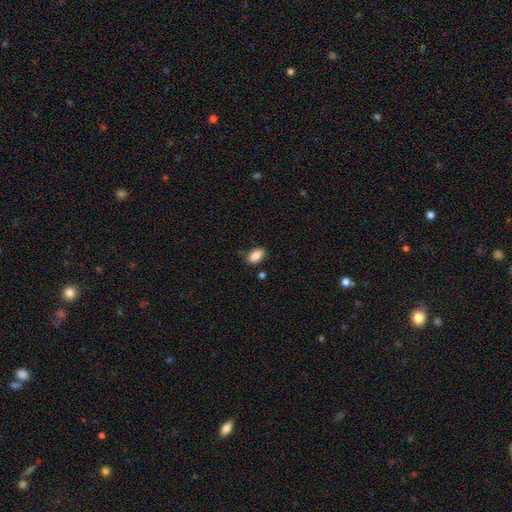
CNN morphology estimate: smooth 88%, star or artifact 8%, featured or disk 4%. Down the decision tree: how rounded — in between (91%); merging — none (73%).